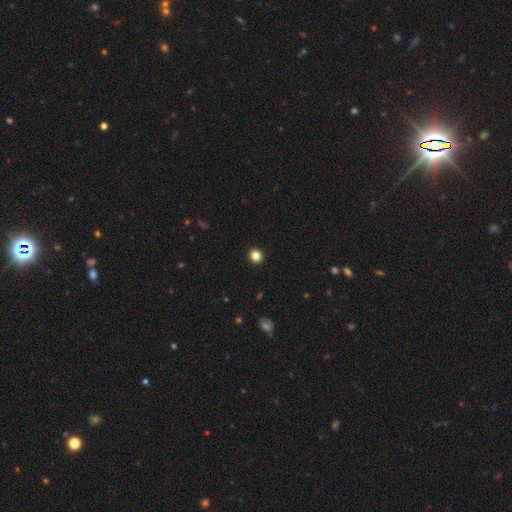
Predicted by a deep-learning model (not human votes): Smooth or featured: smooth — 84% (star or artifact — 11%)
How rounded: round — 88% (in between — 11%)
Merging: none — 93% (minor disturbance — 4%)